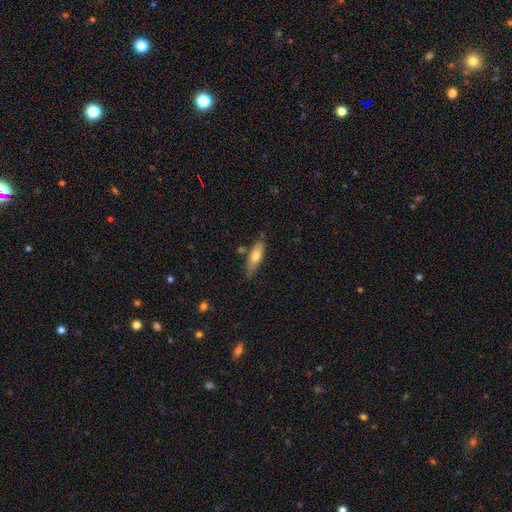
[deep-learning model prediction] This appears to be a smooth galaxy with no disk features (68%) that is in between round and cigar-shaped (49%, tied with cigar-shaped). Merging: none (76%).